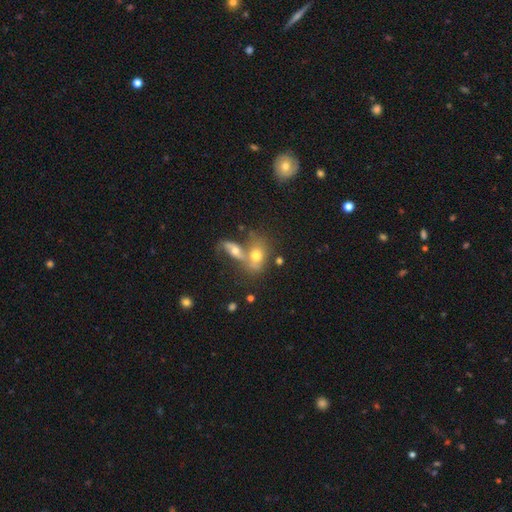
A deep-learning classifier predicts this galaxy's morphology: Smooth or featured? smooth (42%)
Merging? merger (51%)